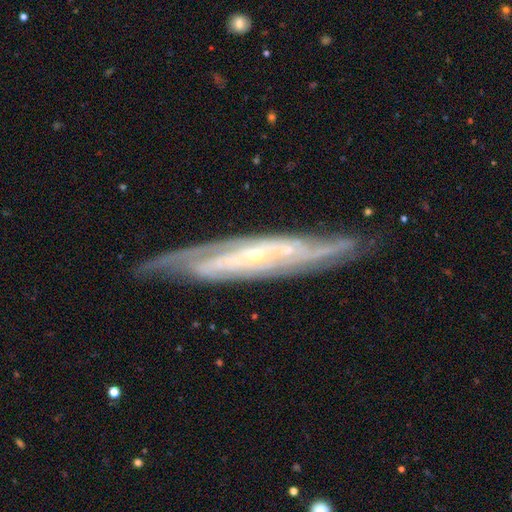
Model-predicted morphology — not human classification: A featured or disk galaxy (87%) with no bar (55%), 2 (37%) tight (54%) spiral arms (95%) and a small central bulge (83%). Merging: none (78%).